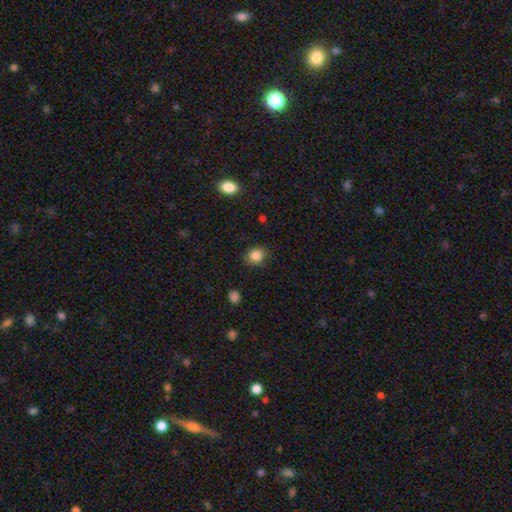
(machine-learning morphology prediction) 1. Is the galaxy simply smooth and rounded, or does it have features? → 85% smooth, 10% star or artifact, 5% featured or disk.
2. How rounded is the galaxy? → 65% round, 34% in between, 1% cigar-shaped.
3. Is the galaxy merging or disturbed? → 87% none, 9% minor disturbance, 2% major disturbance, 1% merger.